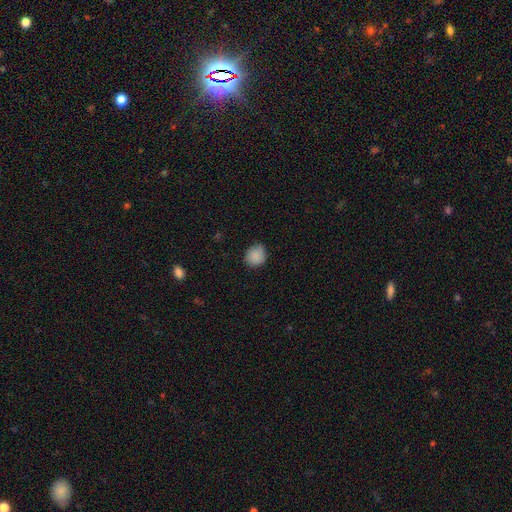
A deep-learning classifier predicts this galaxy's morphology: Smooth or featured? Predicted: smooth (p=0.88). How rounded? Predicted: round (p=0.79). Merging? Predicted: none (p=0.78).